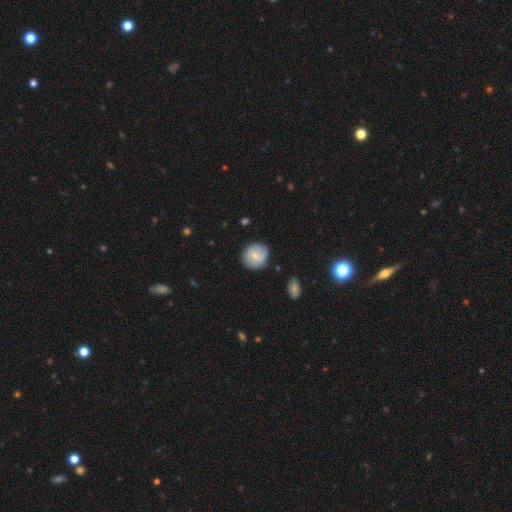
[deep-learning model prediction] Morphology: type=smooth (64%); roundness=round (82%); merging=none (81%).